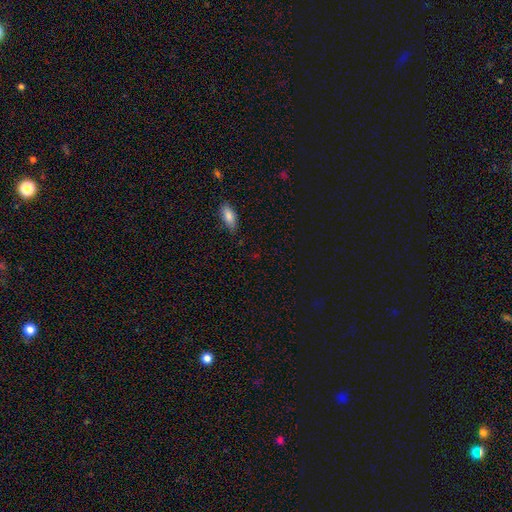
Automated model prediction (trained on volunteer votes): Smooth or featured?
  - smooth: 58% *
  - star or artifact: 34%
  - featured or disk: 9%
How rounded?
  - in between: 52% *
  - round: 31%
  - cigar-shaped: 16%
Merging?
  - none: 79% *
  - minor disturbance: 13%
  - major disturbance: 4%
  - merger: 3%